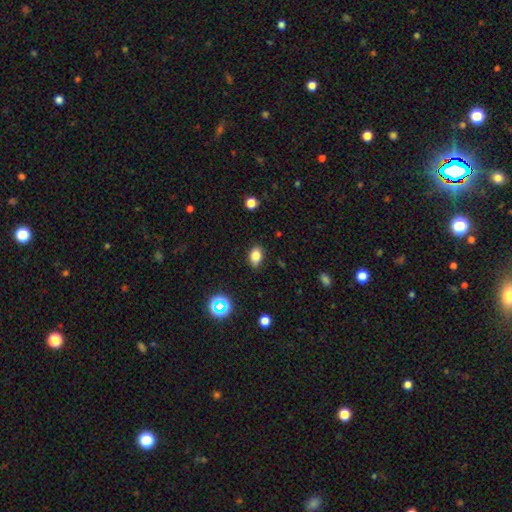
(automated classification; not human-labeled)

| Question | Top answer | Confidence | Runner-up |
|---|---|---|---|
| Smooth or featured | smooth | 82% | star or artifact (12%) |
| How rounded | in between | 83% | round (15%) |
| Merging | none | 81% | minor disturbance (15%) |